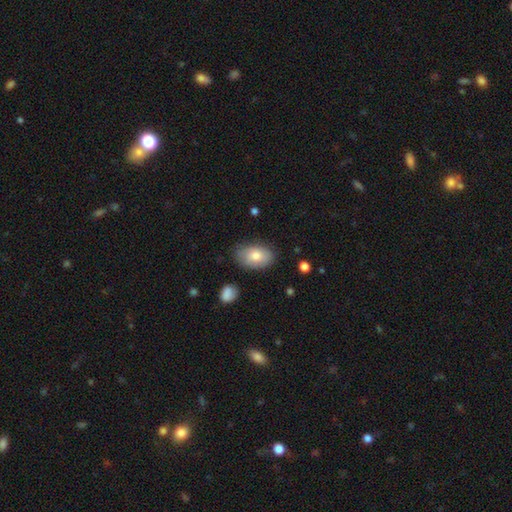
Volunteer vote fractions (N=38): A smooth galaxy with no disk features (68%) that is in between round and cigar-shaped (96%).

Vote fractions:
- Smooth or featured? smooth: 68% / featured or disk: 26% / star or artifact: 5%
- How rounded? in between: 96% / round: 4% / cigar-shaped: 0%
- Merging? none: 89% / minor disturbance: 8% / merger: 3% / major disturbance: 0%